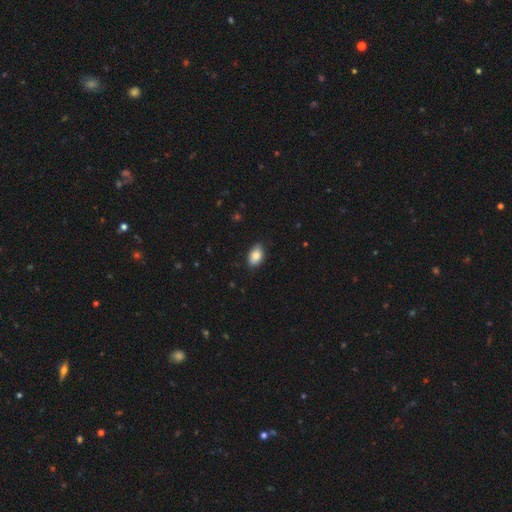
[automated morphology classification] smooth_or_featured: smooth (p=0.84) [alt: featured or disk p=0.08]
how_rounded: in between (p=0.90) [alt: round p=0.09]
merging: none (p=0.85) [alt: minor disturbance p=0.12]